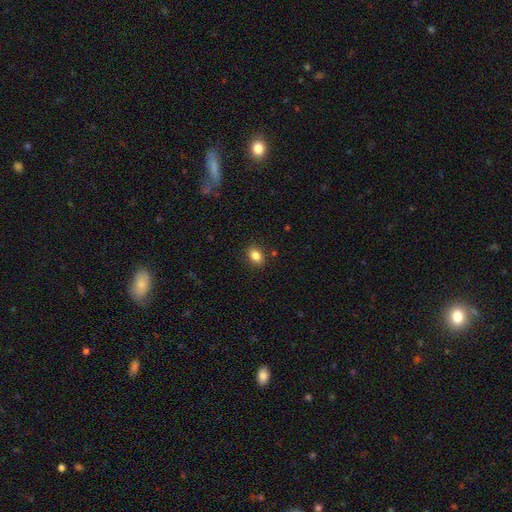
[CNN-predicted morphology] A smooth galaxy with no disk features (85%) that is in between round and cigar-shaped (74%). Merging: none (87%).